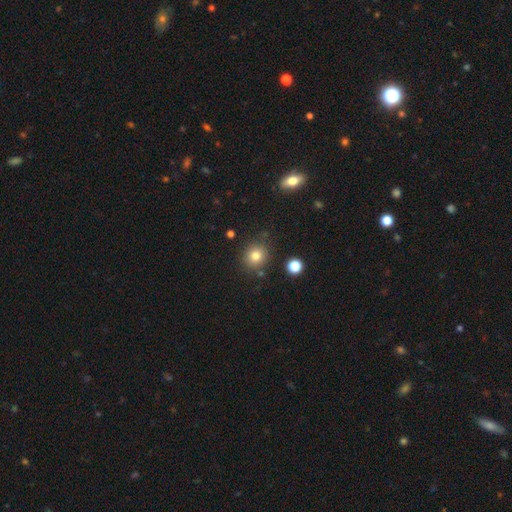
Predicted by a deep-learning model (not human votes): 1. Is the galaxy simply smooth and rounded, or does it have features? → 80% smooth, 13% star or artifact, 7% featured or disk.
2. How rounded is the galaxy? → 86% round, 14% in between, 1% cigar-shaped.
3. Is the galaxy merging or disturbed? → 84% none, 9% minor disturbance, 4% merger, 3% major disturbance.